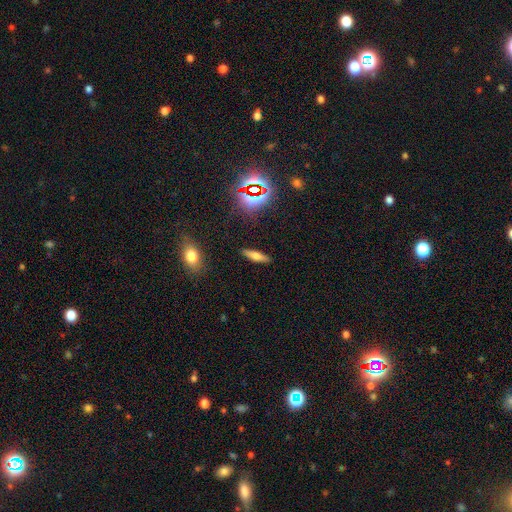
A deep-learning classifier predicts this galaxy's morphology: smooth_or_featured: smooth (p=0.60) [alt: featured or disk p=0.27]
how_rounded: cigar-shaped (p=0.66) [alt: in between p=0.30]
merging: none (p=0.89) [alt: minor disturbance p=0.08]